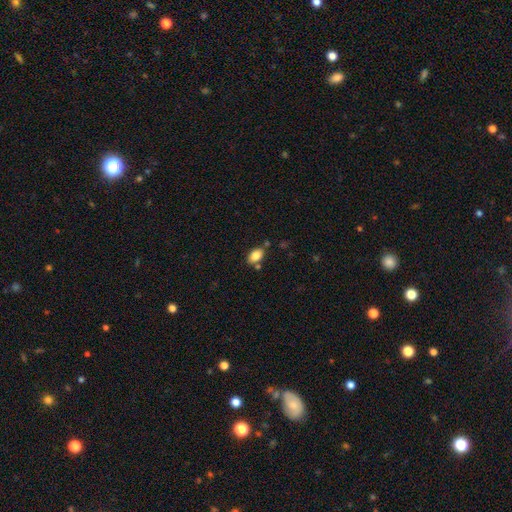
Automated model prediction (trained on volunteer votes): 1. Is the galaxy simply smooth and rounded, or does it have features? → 84% smooth, 8% star or artifact, 8% featured or disk.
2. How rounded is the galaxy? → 88% in between, 10% round, 2% cigar-shaped.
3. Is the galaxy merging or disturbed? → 73% none, 14% minor disturbance, 10% merger, 3% major disturbance.